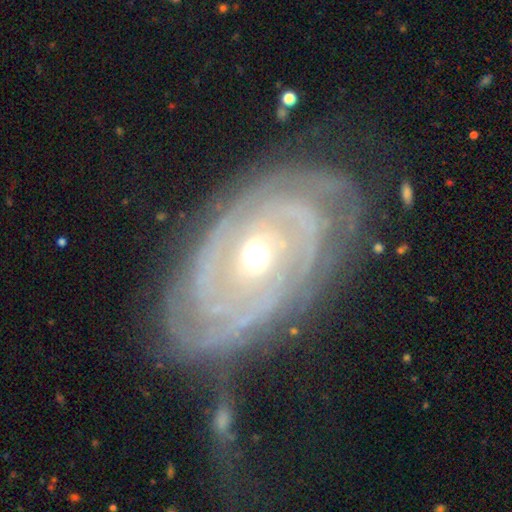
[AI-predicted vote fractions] featured or disk 89%, star or artifact 6%, smooth 5%. Down the decision tree: edge-on disk — no (96%); bar — no (69%); spiral arms — yes (97%); spiral arm count — 2 (27%); spiral winding — tight (85%); bulge size — moderate (62%); merging — none (68%).